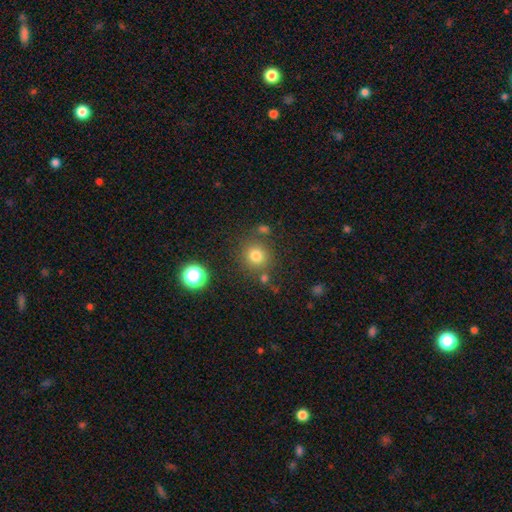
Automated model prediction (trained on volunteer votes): Smooth or featured: smooth — 78% (star or artifact — 15%)
How rounded: round — 91% (in between — 8%)
Merging: none — 79% (minor disturbance — 10%)